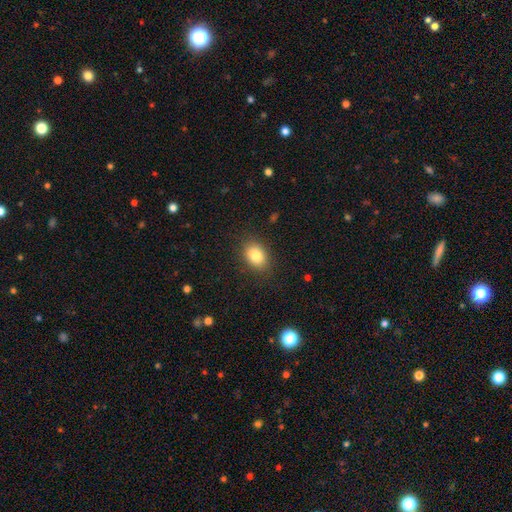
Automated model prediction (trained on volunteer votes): This is clearly a smooth galaxy (84%). How rounded: likely in between (75%). Merging: clearly none (86%).